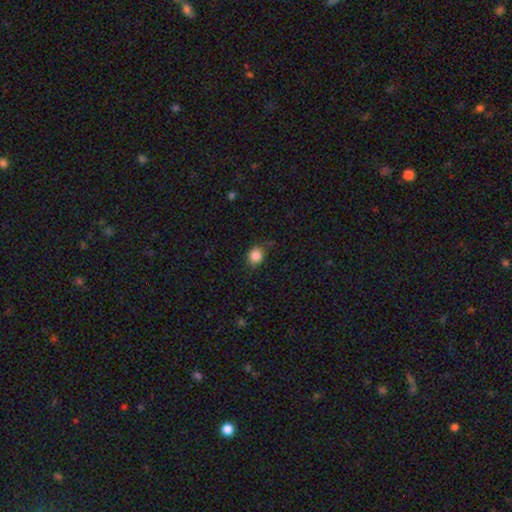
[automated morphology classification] This is clearly a smooth galaxy (84%). How rounded: likely round (73%). Merging: likely none (76%).